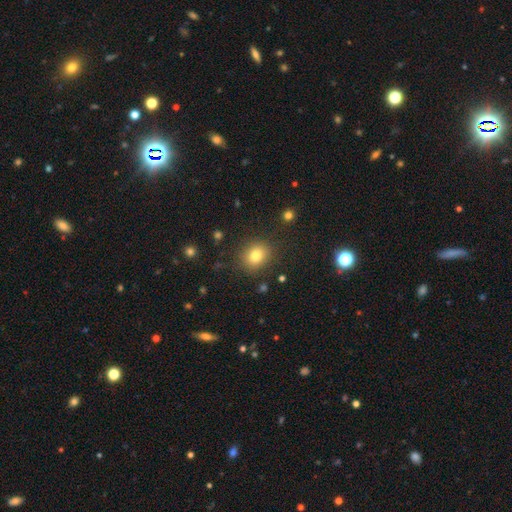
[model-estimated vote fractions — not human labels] Morphology: type=smooth (79%); roundness=round (62%); merging=none (86%).